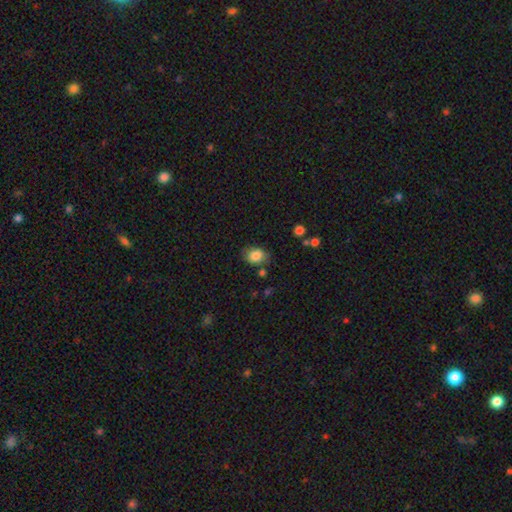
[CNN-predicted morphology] This appears to be a smooth galaxy with no disk features (84%) that is in between round and cigar-shaped (68%). Merging: none (73%).